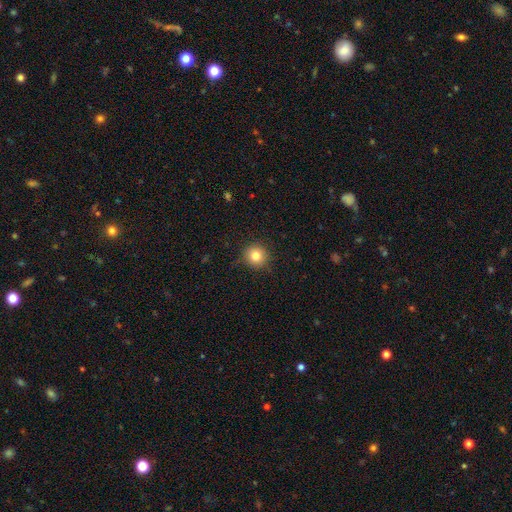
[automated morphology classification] This is clearly a smooth galaxy (81%). How rounded: clearly round (94%). Merging: clearly none (89%).